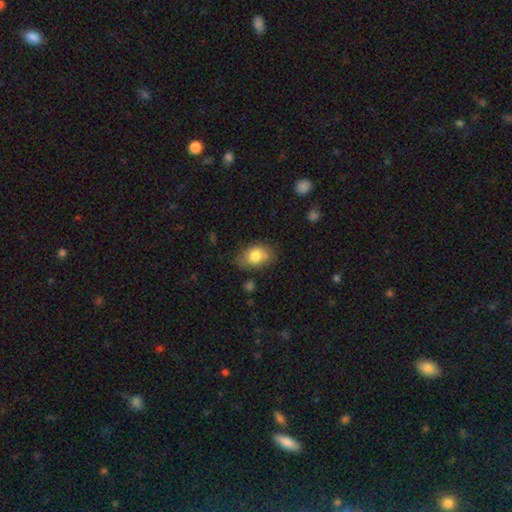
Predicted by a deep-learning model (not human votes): This is likely a smooth galaxy (79%). How rounded: clearly in between (82%). Merging: likely none (69%).